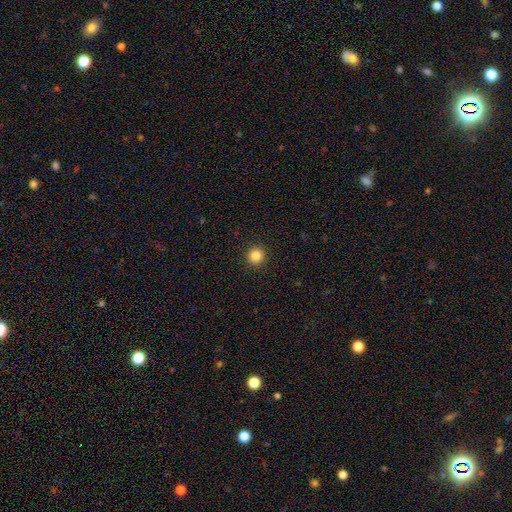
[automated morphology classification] A smooth galaxy with no disk features (85%) that is round (95%).

Vote fractions:
- Smooth or featured? smooth: 85% / star or artifact: 11% / featured or disk: 4%
- How rounded? round: 95% / in between: 4% / cigar-shaped: 1%
- Merging? none: 93% / minor disturbance: 5% / major disturbance: 2% / merger: 1%